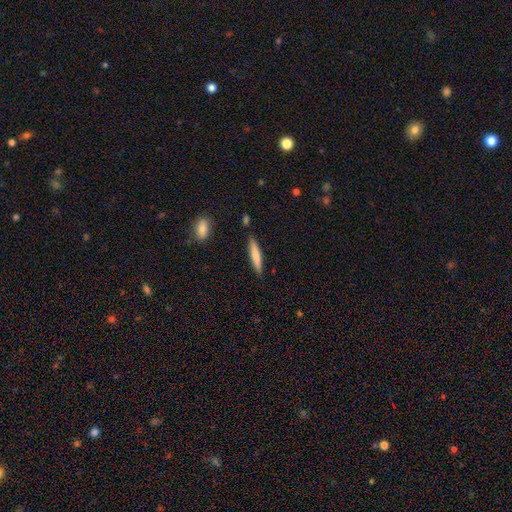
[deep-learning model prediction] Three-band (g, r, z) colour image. It shows a smooth galaxy with no disk features (75%) that is cigar-shaped (90%). Merging: none (87%).